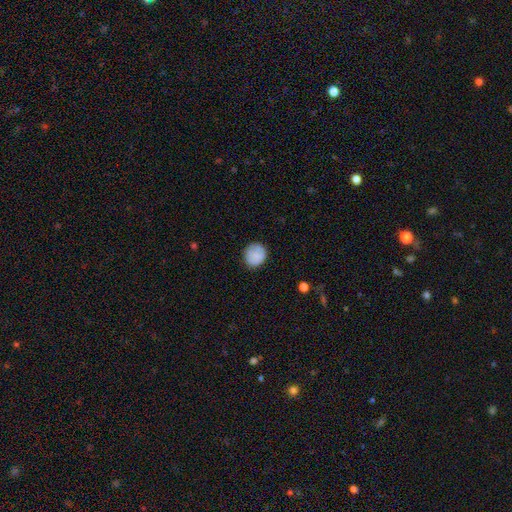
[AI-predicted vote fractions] A smooth galaxy with no disk features (78%) that is round (84%).

Vote fractions:
- Smooth or featured? smooth: 78% / featured or disk: 15% / star or artifact: 8%
- How rounded? round: 84% / in between: 15% / cigar-shaped: 1%
- Merging? none: 82% / minor disturbance: 14% / major disturbance: 3% / merger: 1%